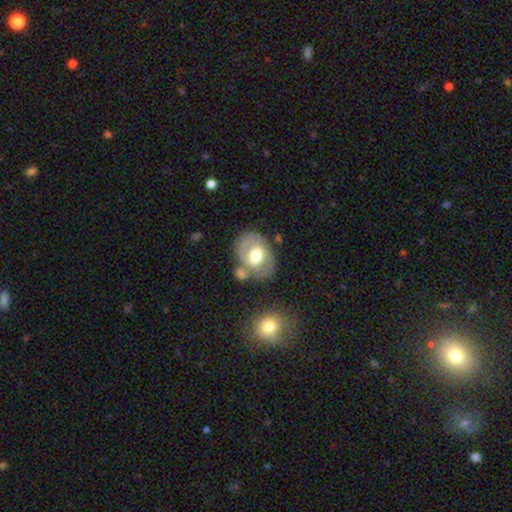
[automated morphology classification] This appears to be a featured or disk galaxy (54%) with no bar (54%), no spiral arms (58%) and a moderate central bulge (61%). Merging: none (60%).